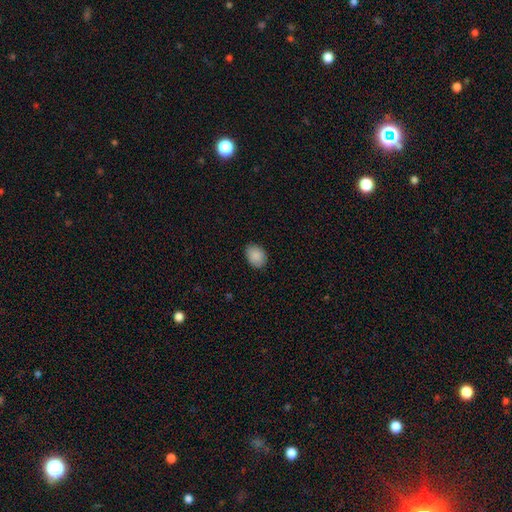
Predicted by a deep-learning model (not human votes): smooth-or-featured: smooth: 89% | star or artifact: 7% | featured or disk: 4%
  how-rounded: in between: 61% | round: 38% | cigar-shaped: 1%
  merging: none: 84% | minor disturbance: 12% | major disturbance: 2% | merger: 1%